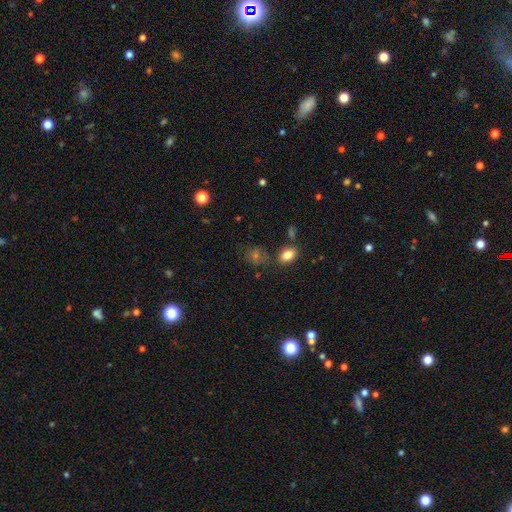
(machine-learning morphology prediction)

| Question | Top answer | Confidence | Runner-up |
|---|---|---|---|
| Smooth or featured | smooth | 57% | star or artifact (31%) |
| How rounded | round | 55% | in between (43%) |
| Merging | none | 71% | minor disturbance (15%) |